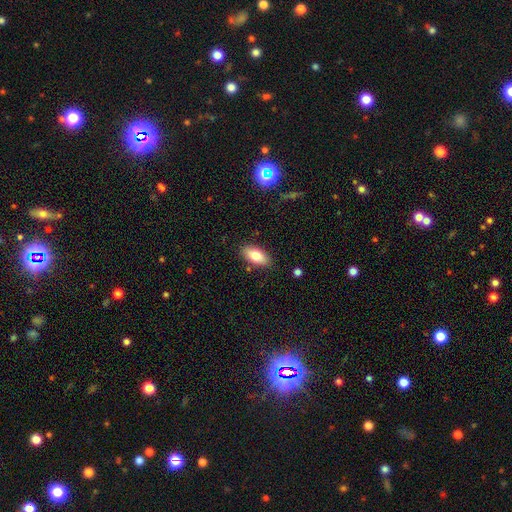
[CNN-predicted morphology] Smooth or featured: smooth — 78% (featured or disk — 14%)
How rounded: in between — 89% (cigar-shaped — 8%)
Merging: none — 86% (minor disturbance — 10%)